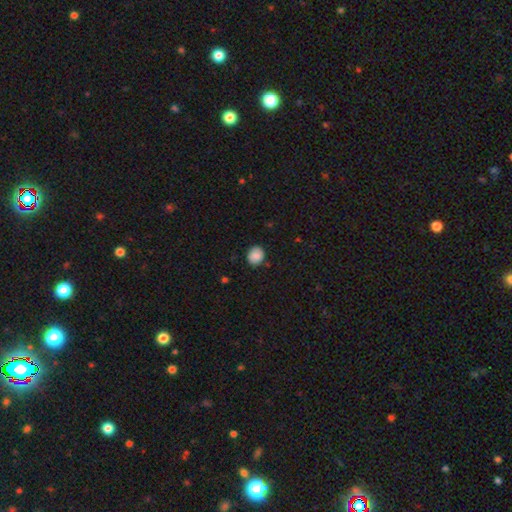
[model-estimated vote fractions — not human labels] This is clearly a smooth galaxy (87%). How rounded: likely round (70%). Merging: clearly none (86%).